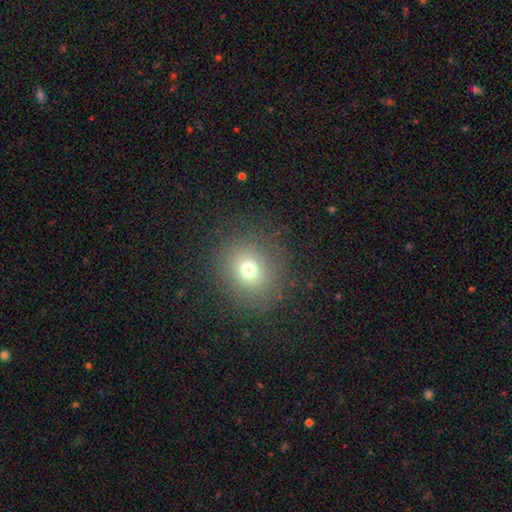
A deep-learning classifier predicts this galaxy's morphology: Smooth or featured?
  - smooth: 70% *
  - star or artifact: 20%
  - featured or disk: 11%
How rounded?
  - round: 81% *
  - in between: 18%
  - cigar-shaped: 1%
Merging?
  - none: 88% *
  - minor disturbance: 8%
  - major disturbance: 3%
  - merger: 1%